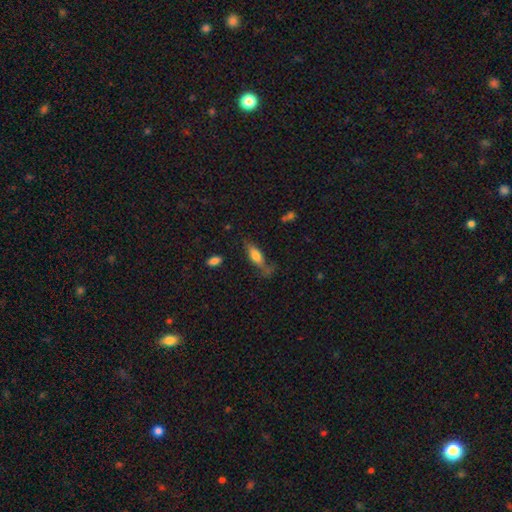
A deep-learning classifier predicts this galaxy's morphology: smooth 69%, featured or disk 23%, star or artifact 8%. Down the decision tree: how rounded — in between (63%); merging — none (58%).